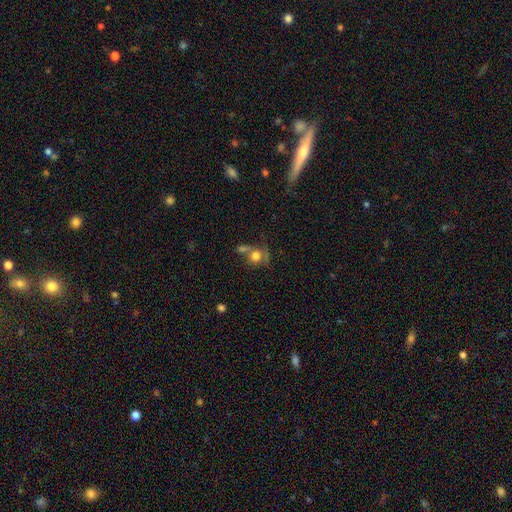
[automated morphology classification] A smooth galaxy with no disk features (71%) that is round (79%). Merging: none (38%).